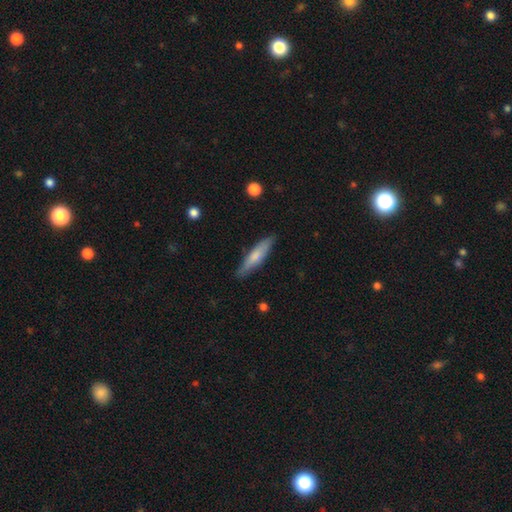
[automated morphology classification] The model was most divided on "smooth or featured": smooth: 65%, featured or disk: 29%, star or artifact: 6%. More confident: merging — none (84%); how rounded — cigar-shaped (78%).